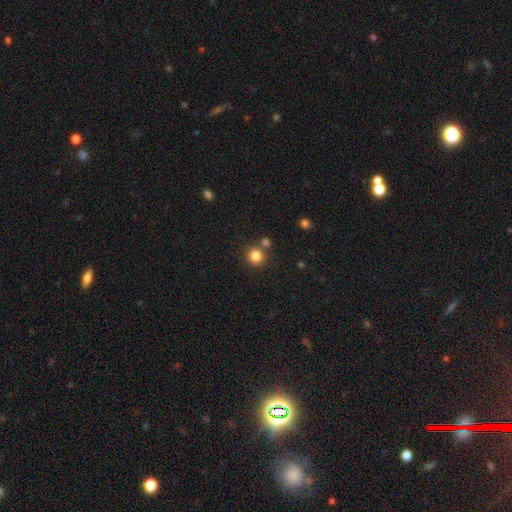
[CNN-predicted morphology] Smooth or featured? smooth (83%)
How rounded? round (92%)
Merging? none (76%)